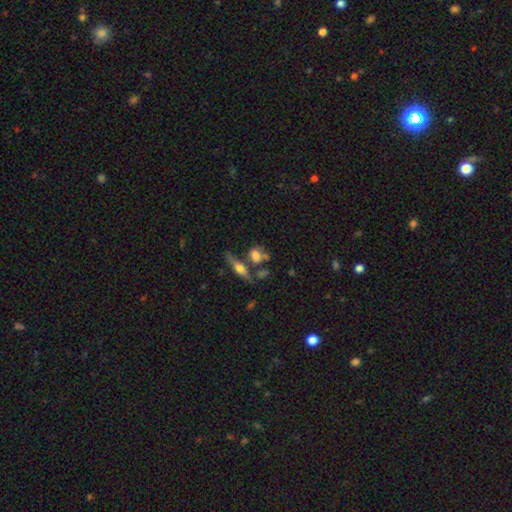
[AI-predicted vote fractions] This is possibly a smooth galaxy (57%). How rounded: possibly in between (60%). Merging: possibly none (49%).